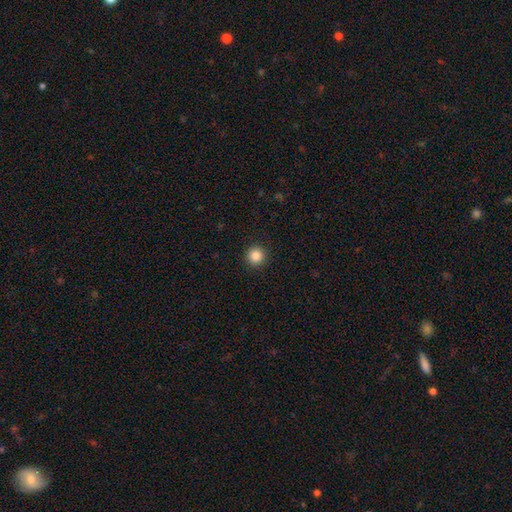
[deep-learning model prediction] The model was most divided on "smooth or featured": smooth: 86%, star or artifact: 11%, featured or disk: 3%. More confident: how rounded — round (96%); merging — none (93%).